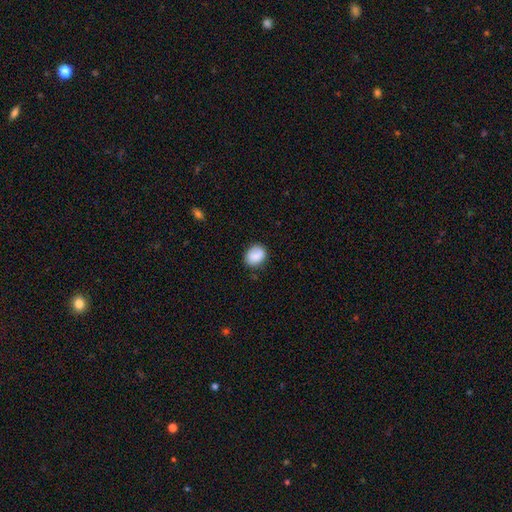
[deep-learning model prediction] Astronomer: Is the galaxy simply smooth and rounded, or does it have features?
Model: smooth — 84%.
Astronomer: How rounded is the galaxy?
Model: round — 50% (runner-up: in between, 49%).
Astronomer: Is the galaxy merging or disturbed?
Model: none — 76%.